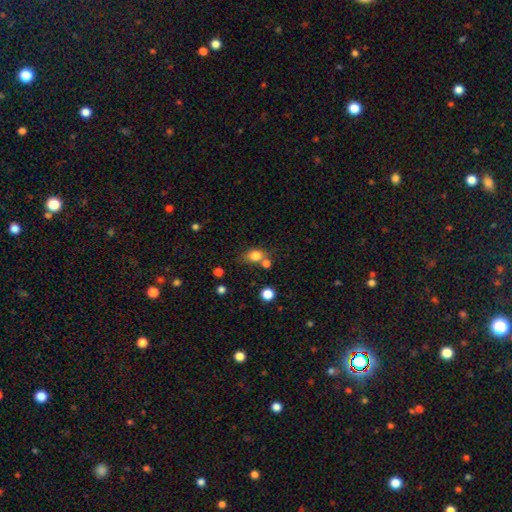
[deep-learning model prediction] smooth 80%, star or artifact 12%, featured or disk 8%. Down the decision tree: how rounded — in between (54%); merging — none (53%).